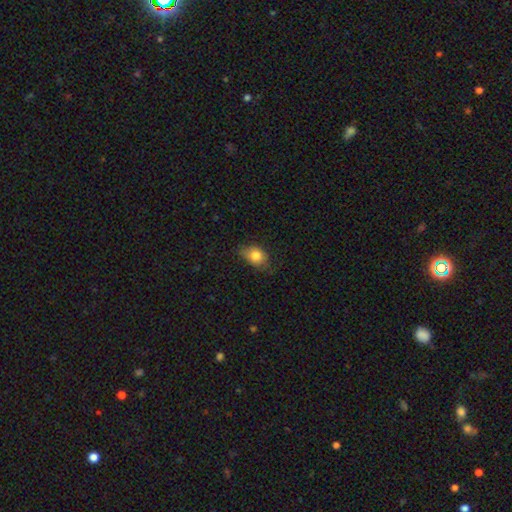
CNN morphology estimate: type=smooth (80%); roundness=in between (70%); merging=none (59%).